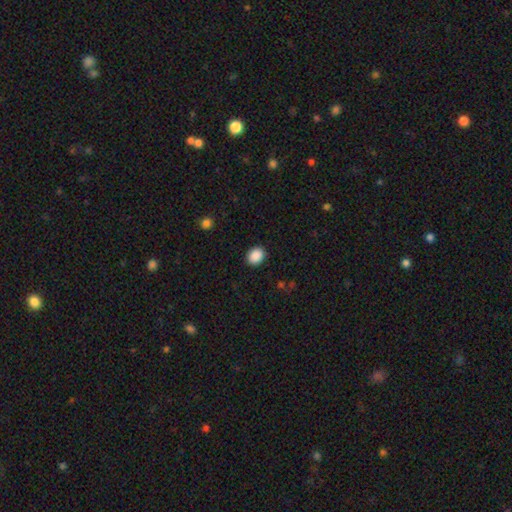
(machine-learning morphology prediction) Smooth or featured: smooth — 89% (star or artifact — 8%)
How rounded: round — 52% (in between — 47%)
Merging: none — 90% (minor disturbance — 7%)